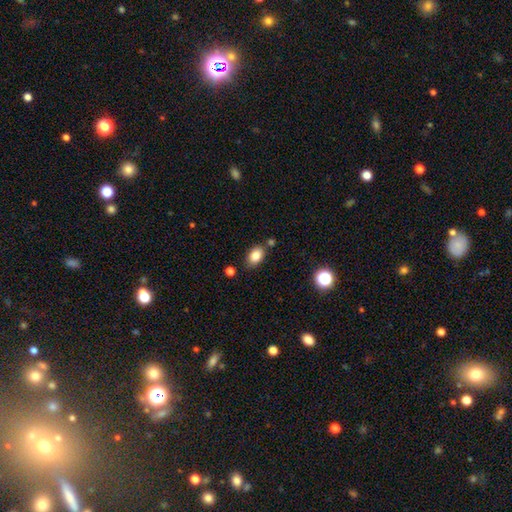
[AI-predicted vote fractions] A smooth galaxy with no disk features (83%) that is in between round and cigar-shaped (84%).

Vote fractions:
- Smooth or featured? smooth: 83% / star or artifact: 9% / featured or disk: 7%
- How rounded? in between: 84% / round: 14% / cigar-shaped: 1%
- Merging? none: 78% / minor disturbance: 13% / merger: 6% / major disturbance: 3%